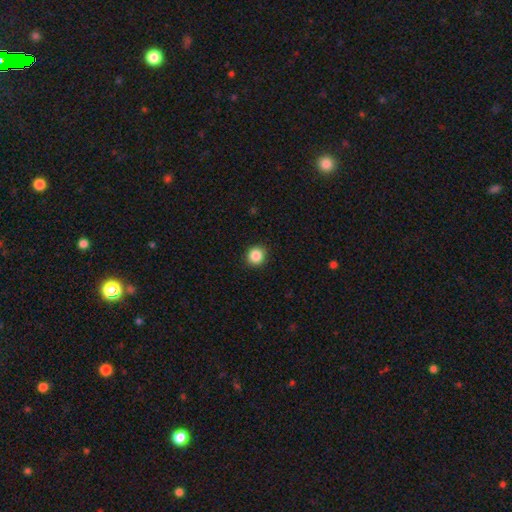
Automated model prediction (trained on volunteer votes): Smooth or featured? Predicted: smooth (p=0.87). How rounded? Predicted: round (p=0.90). Merging? Predicted: none (p=0.92).